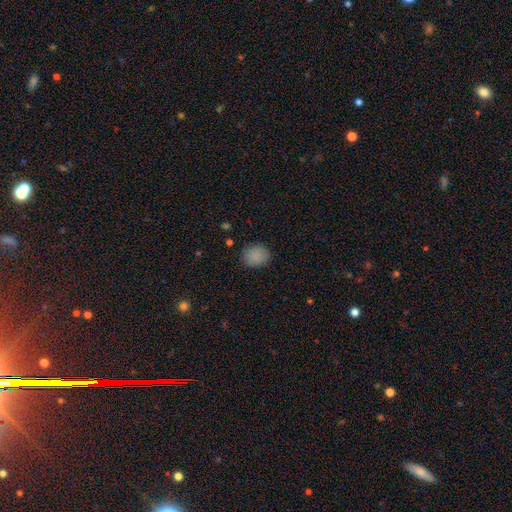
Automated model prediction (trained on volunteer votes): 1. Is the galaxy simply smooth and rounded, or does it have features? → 86% smooth, 10% star or artifact, 4% featured or disk.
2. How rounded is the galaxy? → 59% round, 40% in between, 1% cigar-shaped.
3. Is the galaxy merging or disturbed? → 83% none, 13% minor disturbance, 3% major disturbance, 1% merger.